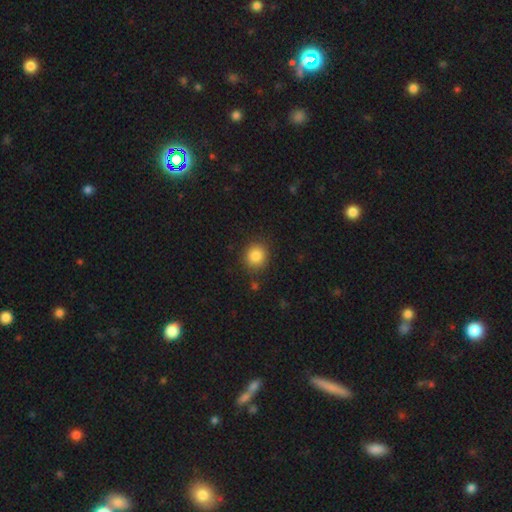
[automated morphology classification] Smooth or featured: smooth — 85% (star or artifact — 10%)
How rounded: round — 84% (in between — 15%)
Merging: none — 86% (minor disturbance — 9%)